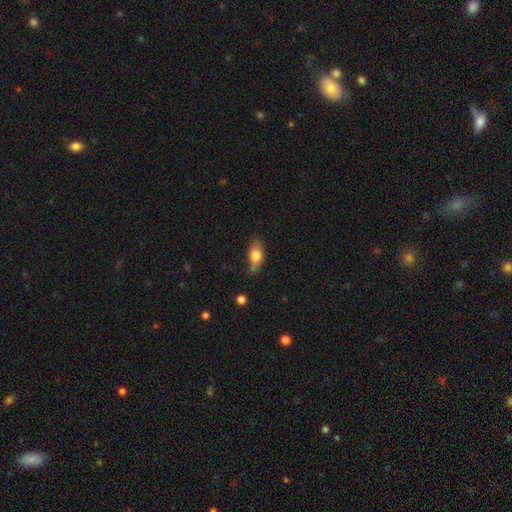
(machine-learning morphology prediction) A smooth galaxy with no disk features (73%) that is in between round and cigar-shaped (81%).

Vote fractions:
- Smooth or featured? smooth: 73% / featured or disk: 20% / star or artifact: 8%
- How rounded? in between: 81% / cigar-shaped: 11% / round: 8%
- Merging? none: 52% / minor disturbance: 33% / major disturbance: 9% / merger: 5%